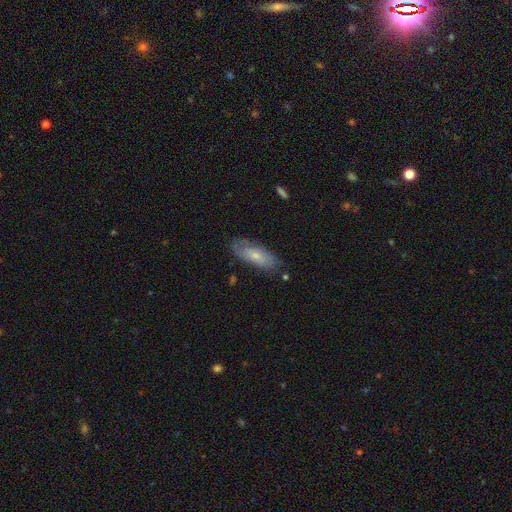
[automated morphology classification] type=smooth (59%); roundness=in between (68%); merging=none (73%).